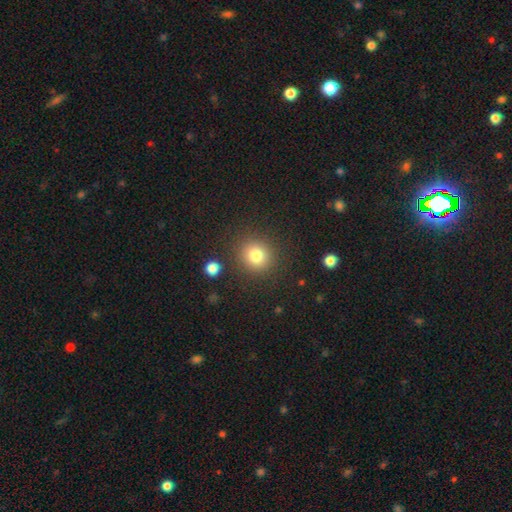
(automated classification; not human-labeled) A smooth galaxy with no disk features (81%) that is round (87%).

Vote fractions:
- Smooth or featured? smooth: 81% / star or artifact: 12% / featured or disk: 7%
- How rounded? round: 87% / in between: 12% / cigar-shaped: 1%
- Merging? none: 86% / minor disturbance: 7% / major disturbance: 3% / merger: 3%